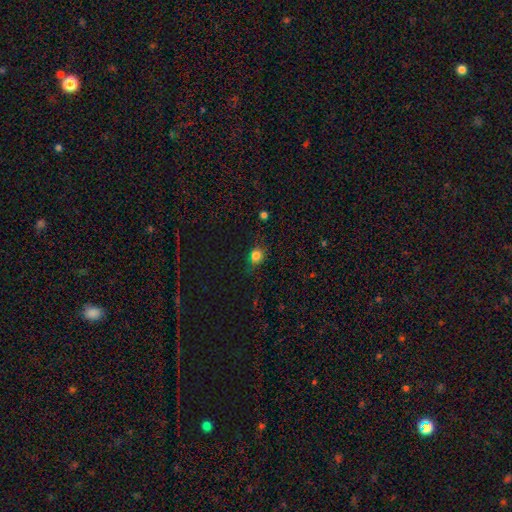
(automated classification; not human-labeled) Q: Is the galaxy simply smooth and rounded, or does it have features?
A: smooth — 78%.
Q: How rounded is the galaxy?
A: round — 64%.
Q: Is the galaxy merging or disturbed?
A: none — 77%.